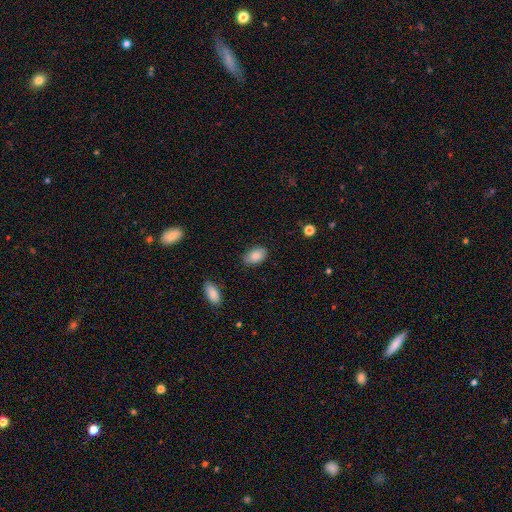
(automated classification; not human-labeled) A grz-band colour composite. It shows a smooth galaxy with no disk features (85%) that is in between round and cigar-shaped (91%). Merging: none (83%).